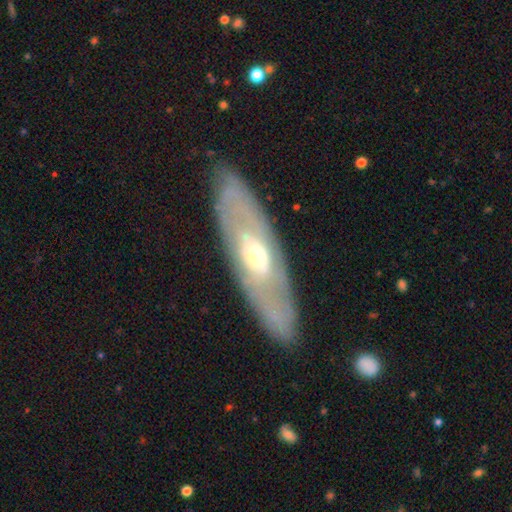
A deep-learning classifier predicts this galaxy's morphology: A featured or disk galaxy (65%). Merging: none (80%).